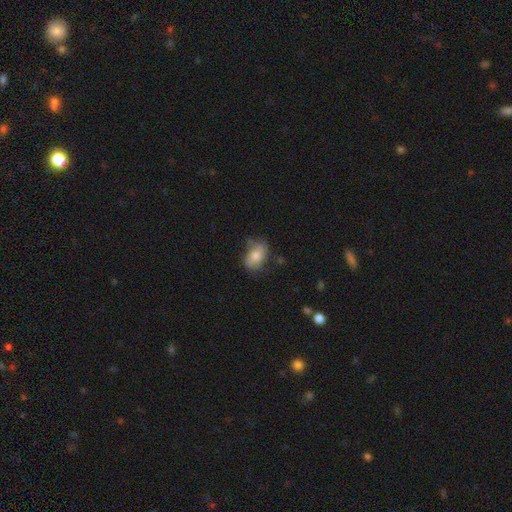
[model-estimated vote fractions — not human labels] The model was most divided on "merging": none: 67%, minor disturbance: 24%, major disturbance: 5%, merger: 3%. More confident: how rounded — in between (87%); smooth or featured — smooth (74%).